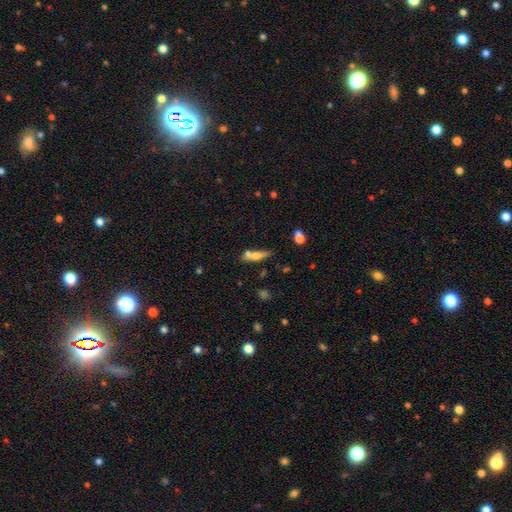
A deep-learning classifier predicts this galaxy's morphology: smooth_or_featured: smooth (p=0.61) [alt: featured or disk p=0.30]
how_rounded: cigar-shaped (p=0.64) [alt: in between p=0.32]
merging: none (p=0.49) [alt: merger p=0.27]